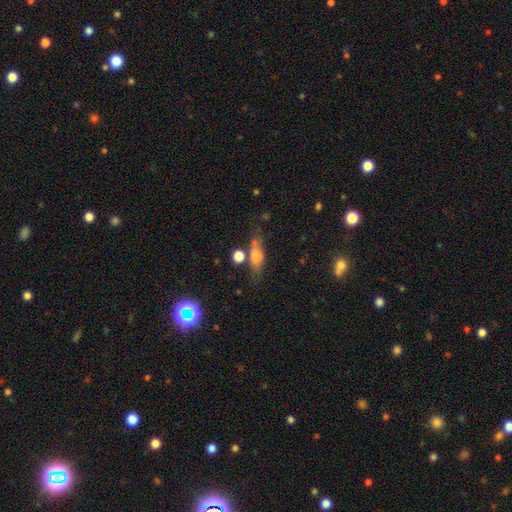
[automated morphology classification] This appears to be a smooth galaxy with no disk features (59%) that is in between round and cigar-shaped (50%). Merging: none (60%).